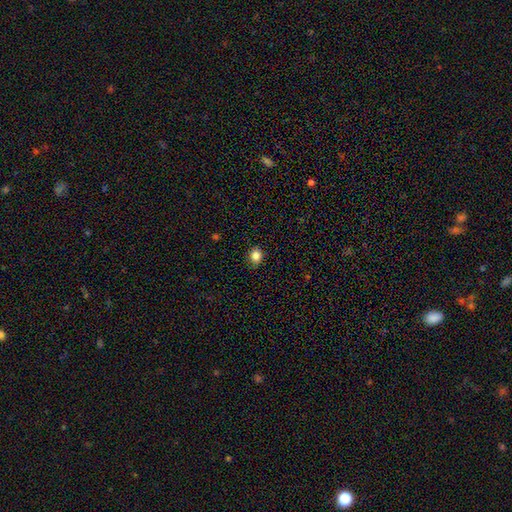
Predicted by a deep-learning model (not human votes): Smooth or featured: smooth — 84% (star or artifact — 11%)
How rounded: round — 72% (in between — 28%)
Merging: none — 88% (minor disturbance — 9%)